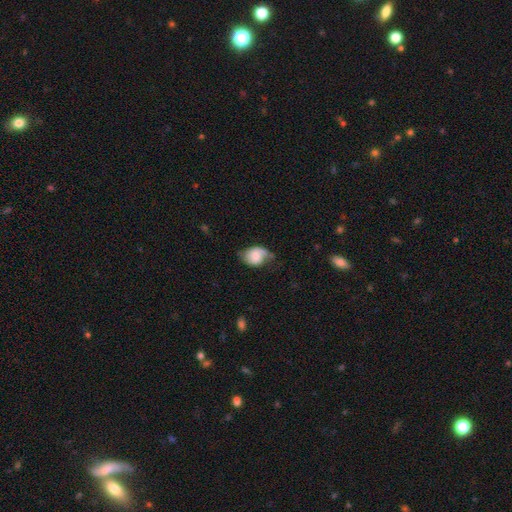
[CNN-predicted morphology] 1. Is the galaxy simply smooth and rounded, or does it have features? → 55% smooth, 37% featured or disk, 8% star or artifact.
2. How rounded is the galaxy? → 61% in between, 38% round, 1% cigar-shaped.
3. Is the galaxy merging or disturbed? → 40% none, 37% minor disturbance, 20% major disturbance, 3% merger.